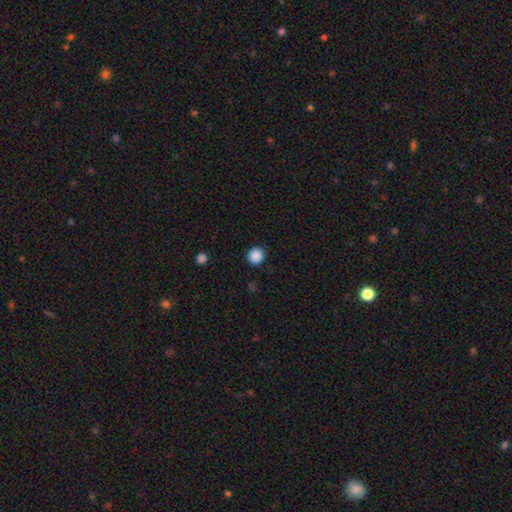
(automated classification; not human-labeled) Smooth or featured? smooth (88%)
How rounded? round (93%)
Merging? none (91%)